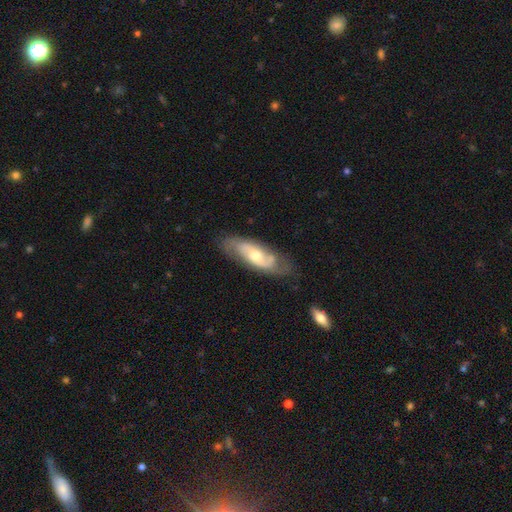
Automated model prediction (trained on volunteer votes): This is likely a featured or disk galaxy (70%). It is clearly not viewed edge-on (86%). Bar: likely no (65%). Spiral arm pattern: clearly yes (84%). Spiral arm count: likely 2 (68%). Spiral winding: marginally medium (42%). Central bulge: possibly moderate (58%). Merging: likely none (70%).